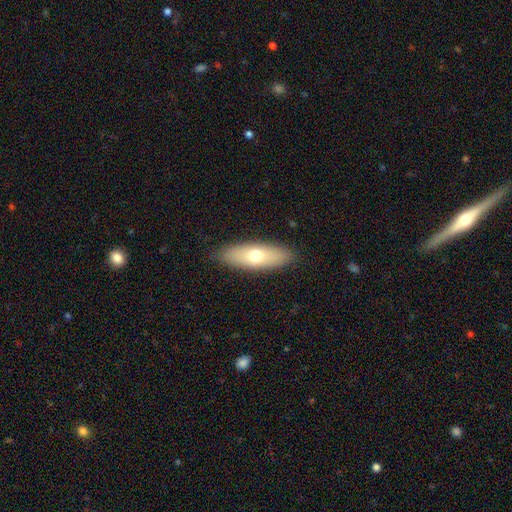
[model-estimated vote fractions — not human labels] Q: Smooth or featured?
A: smooth (64%); runner-up: featured or disk (29%)
Q: How rounded?
A: in between (61%); runner-up: cigar-shaped (36%)
Q: Merging?
A: none (88%); runner-up: minor disturbance (9%)